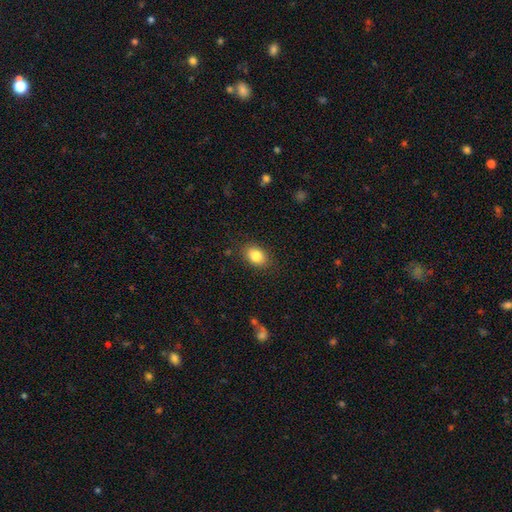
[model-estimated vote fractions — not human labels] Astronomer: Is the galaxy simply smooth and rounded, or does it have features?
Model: smooth — 85%.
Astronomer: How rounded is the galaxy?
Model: in between — 76%.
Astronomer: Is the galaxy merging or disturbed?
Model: none — 86%.